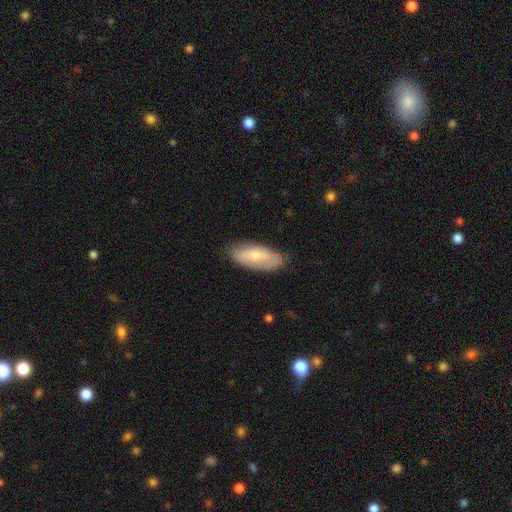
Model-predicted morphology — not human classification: This is possibly a smooth galaxy (56%). How rounded: clearly in between (85%). Merging: likely none (72%).